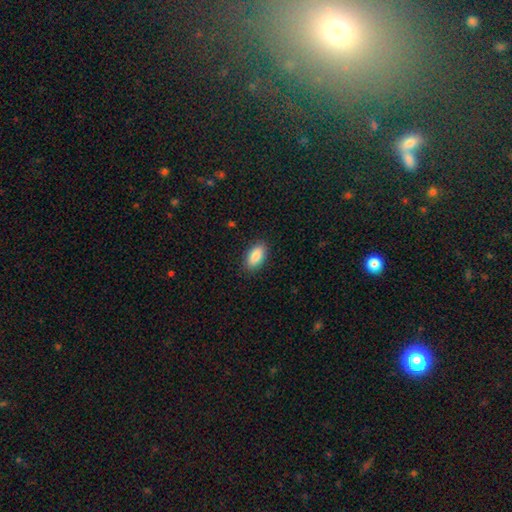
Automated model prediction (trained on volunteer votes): Overall: smooth (89%). How rounded: in between (93%). Merging: none (89%).